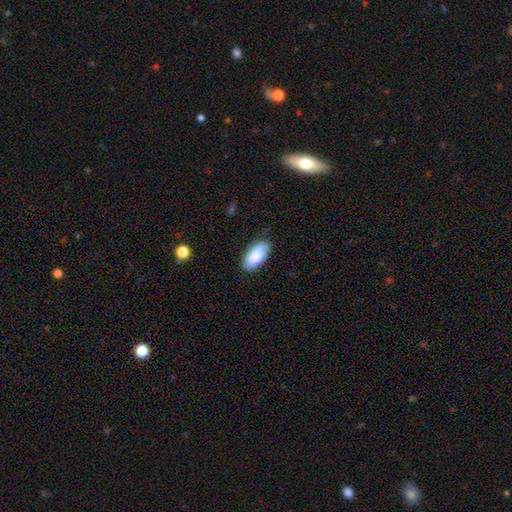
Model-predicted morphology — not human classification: A smooth galaxy with no disk features (83%) that is in between round and cigar-shaped (93%). Merging: none (82%).